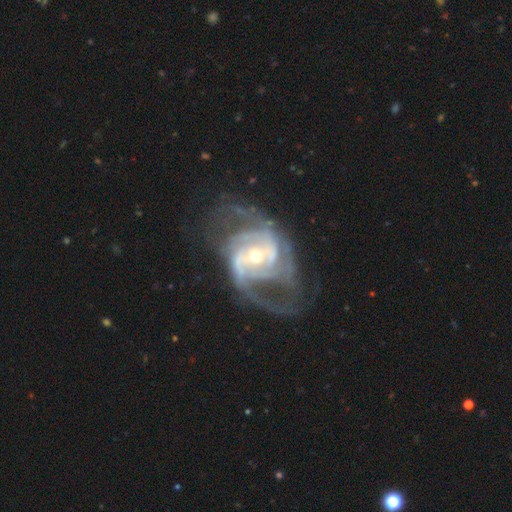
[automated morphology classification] type=featured or disk (90%); edge-on=no (97%); bar=no (41%); spiral arms=yes (95%); winding=medium (50%); arm count=2 (49%); bulge=small (52%); merging=none (54%).